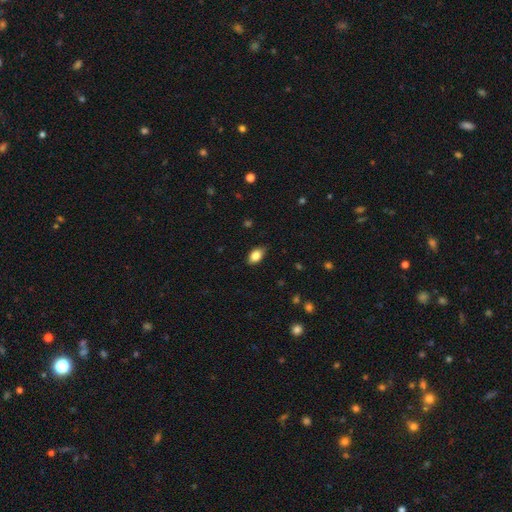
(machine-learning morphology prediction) The model was most divided on "smooth or featured": smooth: 82%, featured or disk: 10%, star or artifact: 8%. More confident: how rounded — in between (89%); merging — none (85%).